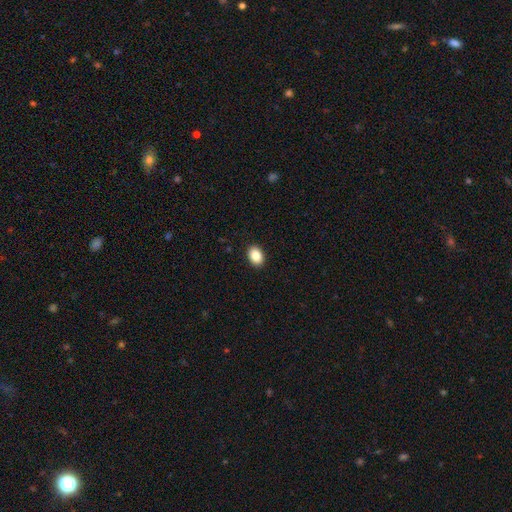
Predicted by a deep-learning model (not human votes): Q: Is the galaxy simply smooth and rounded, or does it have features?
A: smooth — 88%.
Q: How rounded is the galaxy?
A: in between — 77%.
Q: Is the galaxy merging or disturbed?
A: none — 91%.